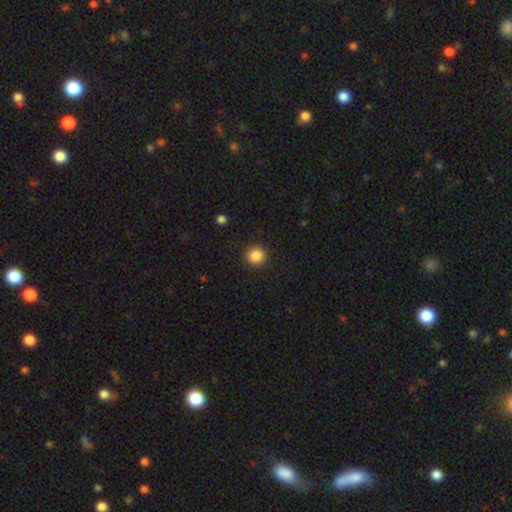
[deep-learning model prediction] Smooth or featured? smooth (86%)
How rounded? round (93%)
Merging? none (92%)